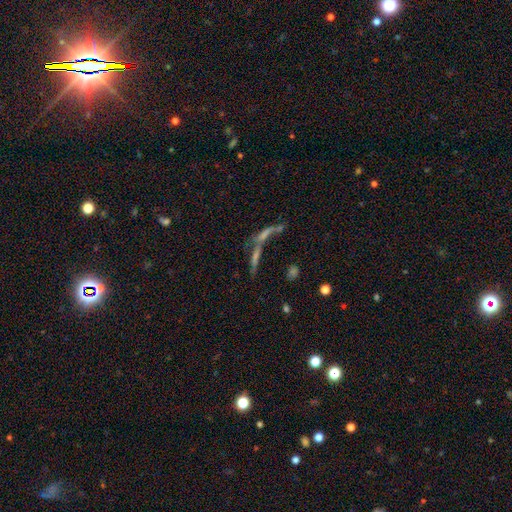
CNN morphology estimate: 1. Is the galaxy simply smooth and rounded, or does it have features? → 43% featured or disk, 28% star or artifact, 28% smooth.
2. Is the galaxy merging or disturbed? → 39% merger, 38% none, 13% major disturbance, 10% minor disturbance.